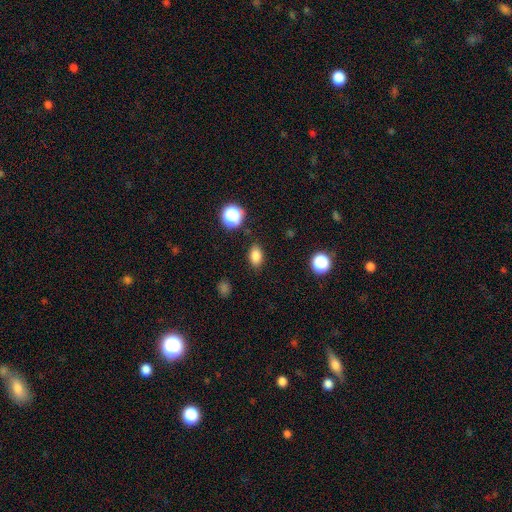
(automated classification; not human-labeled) Smooth or featured? smooth (83%)
How rounded? in between (84%)
Merging? none (85%)